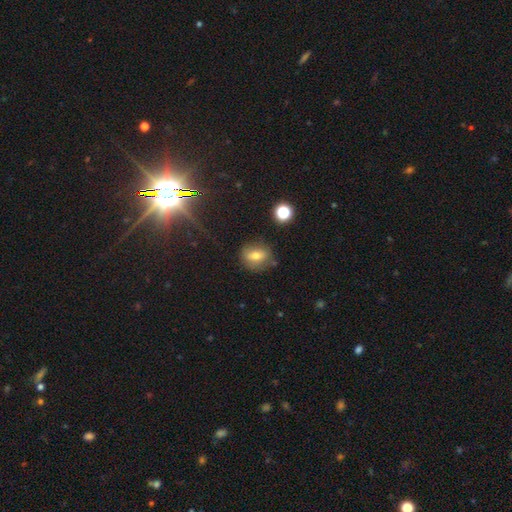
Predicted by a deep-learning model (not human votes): smooth-or-featured: smooth: 65% | featured or disk: 21% | star or artifact: 14%
  how-rounded: round: 50% | in between: 47% | cigar-shaped: 3%
  merging: none: 74% | minor disturbance: 17% | major disturbance: 5% | merger: 4%